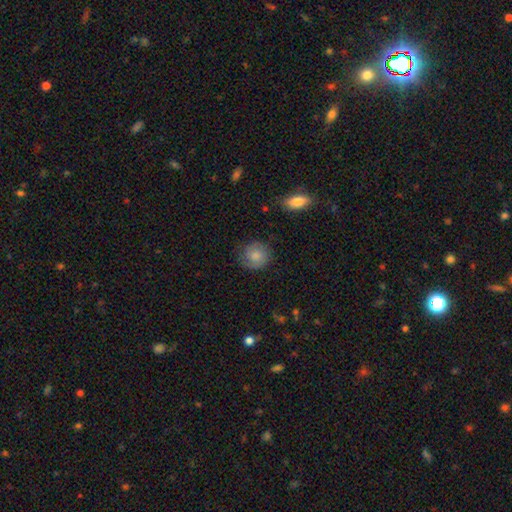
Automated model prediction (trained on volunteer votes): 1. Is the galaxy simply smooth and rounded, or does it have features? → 66% smooth, 26% featured or disk, 8% star or artifact.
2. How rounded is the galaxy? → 87% round, 12% in between, 1% cigar-shaped.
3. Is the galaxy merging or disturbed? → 78% none, 16% minor disturbance, 5% major disturbance, 1% merger.